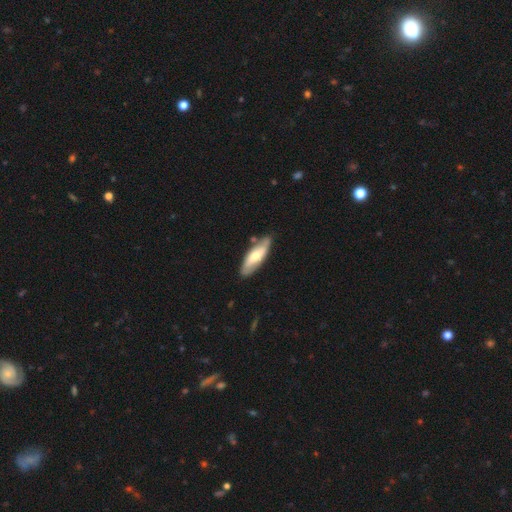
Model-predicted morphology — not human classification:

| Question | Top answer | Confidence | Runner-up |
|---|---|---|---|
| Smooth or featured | smooth | 50% | featured or disk (45%) |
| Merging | none | 75% | minor disturbance (18%) |